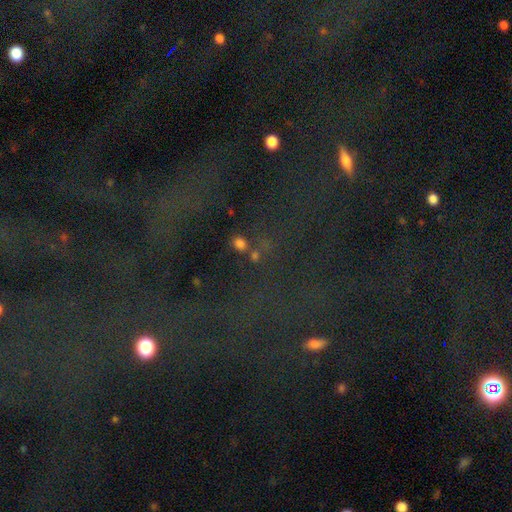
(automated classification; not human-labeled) Smooth or featured?
  - star or artifact: 52% *
  - smooth: 37%
  - featured or disk: 11%